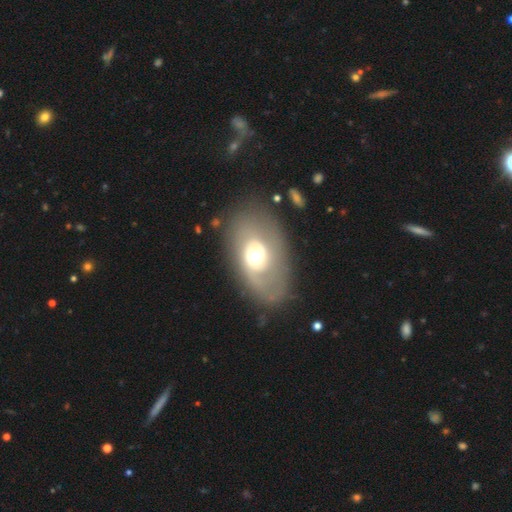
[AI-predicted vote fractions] Morphology: type=featured or disk (59%); edge-on=no (91%); bar=no (79%); spiral arms=no (61%); bulge=moderate (56%); merging=none (73%).